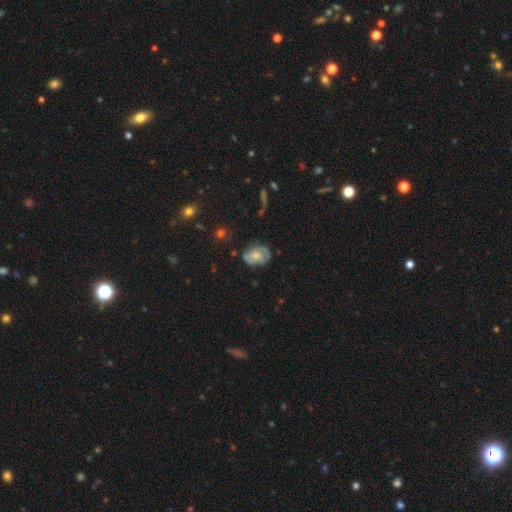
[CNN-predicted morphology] Q: Smooth or featured?
A: featured or disk (61%); runner-up: smooth (31%)
Q: Edge-on disk?
A: no (96%); runner-up: yes (4%)
Q: Bar?
A: no (67%); runner-up: weak (28%)
Q: Spiral arms?
A: yes (81%); runner-up: no (19%)
Q: Bulge size?
A: moderate (54%); runner-up: small (32%)
Q: Merging?
A: none (63%); runner-up: minor disturbance (25%)